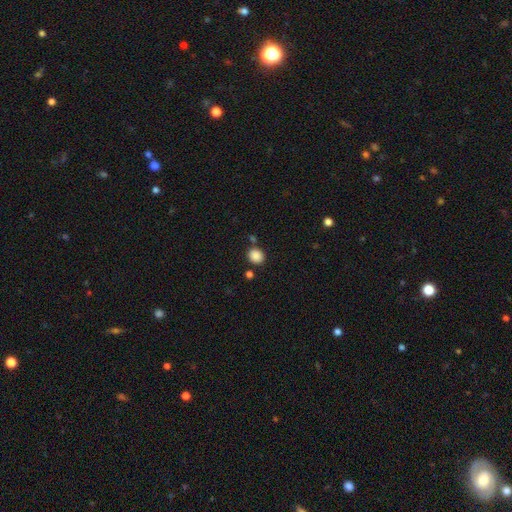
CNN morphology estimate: A smooth galaxy with no disk features (87%) that is round (71%).

Vote fractions:
- Smooth or featured? smooth: 87% / star or artifact: 10% / featured or disk: 4%
- How rounded? round: 71% / in between: 28% / cigar-shaped: 1%
- Merging? none: 79% / minor disturbance: 10% / merger: 8% / major disturbance: 3%